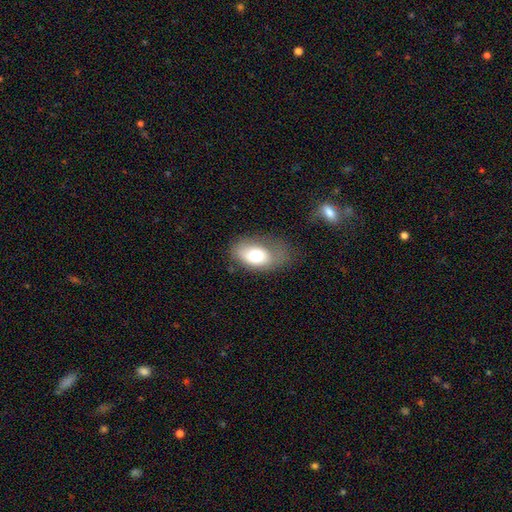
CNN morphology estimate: Smooth or featured? smooth (71%)
How rounded? in between (89%)
Merging? none (47%)